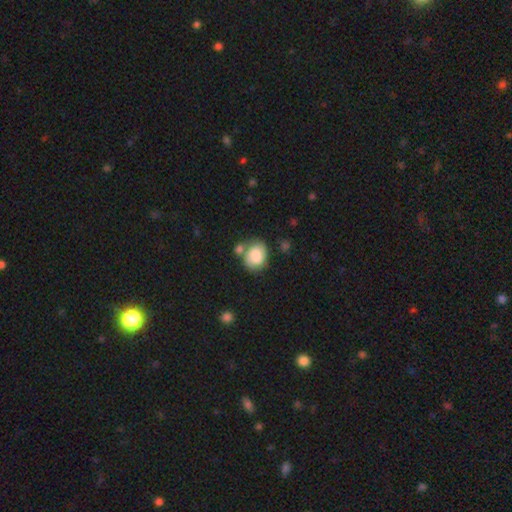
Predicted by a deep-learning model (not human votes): smooth-or-featured: smooth: 81% | featured or disk: 11% | star or artifact: 7%
  how-rounded: round: 53% | in between: 46% | cigar-shaped: 1%
  merging: none: 56% | merger: 20% | minor disturbance: 18% | major disturbance: 6%